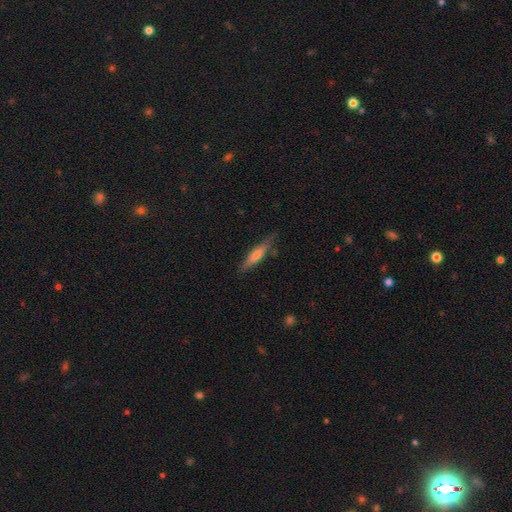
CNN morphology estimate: smooth-or-featured: smooth: 50% | featured or disk: 44% | star or artifact: 6%
  merging: none: 76% | minor disturbance: 18% | major disturbance: 4% | merger: 2%